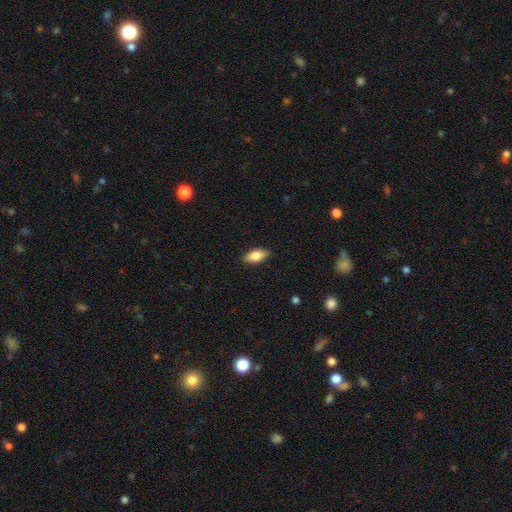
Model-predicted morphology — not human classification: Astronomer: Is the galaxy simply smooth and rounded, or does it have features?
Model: smooth — 82%.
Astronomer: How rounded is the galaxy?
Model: in between — 89%.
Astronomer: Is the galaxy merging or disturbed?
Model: none — 87%.